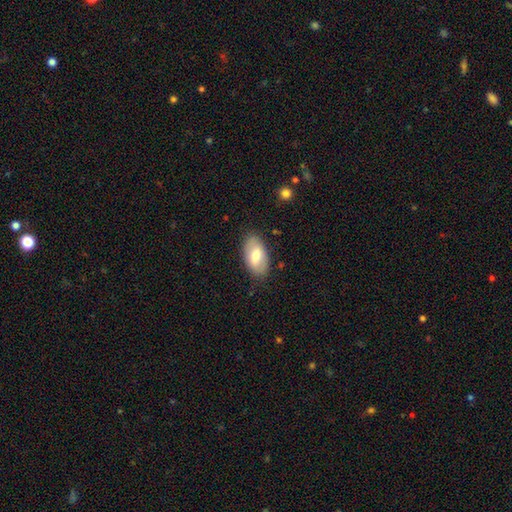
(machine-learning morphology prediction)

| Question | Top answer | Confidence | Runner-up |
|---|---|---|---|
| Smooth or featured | smooth | 69% | featured or disk (26%) |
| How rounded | in between | 94% | round (4%) |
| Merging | none | 82% | minor disturbance (14%) |